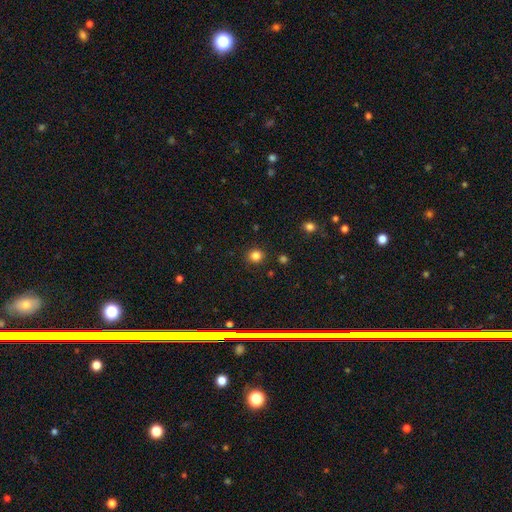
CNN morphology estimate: Smooth or featured? smooth (80%)
How rounded? round (90%)
Merging? none (89%)